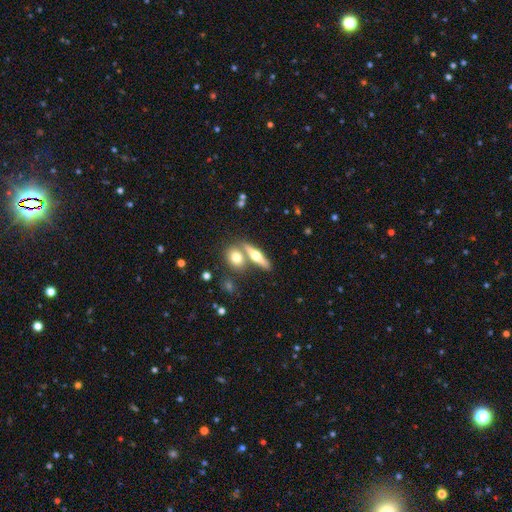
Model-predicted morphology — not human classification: Q: Smooth or featured?
A: featured or disk (53%); runner-up: smooth (40%)
Q: Edge-on disk?
A: yes (91%); runner-up: no (9%)
Q: Merging?
A: none (63%); runner-up: merger (26%)